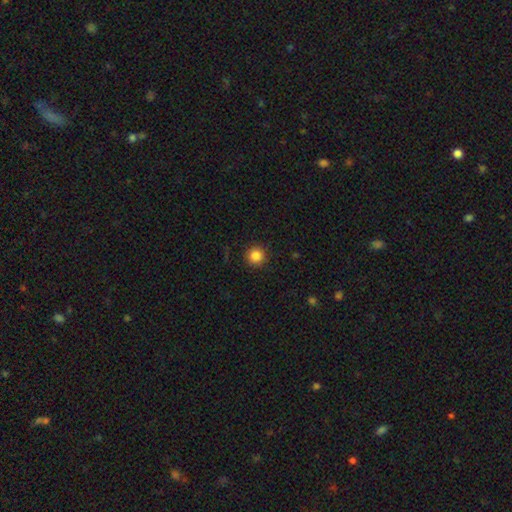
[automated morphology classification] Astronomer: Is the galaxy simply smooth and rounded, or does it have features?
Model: smooth — 85%.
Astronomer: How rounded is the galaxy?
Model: round — 95%.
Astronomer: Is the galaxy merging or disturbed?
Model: none — 91%.